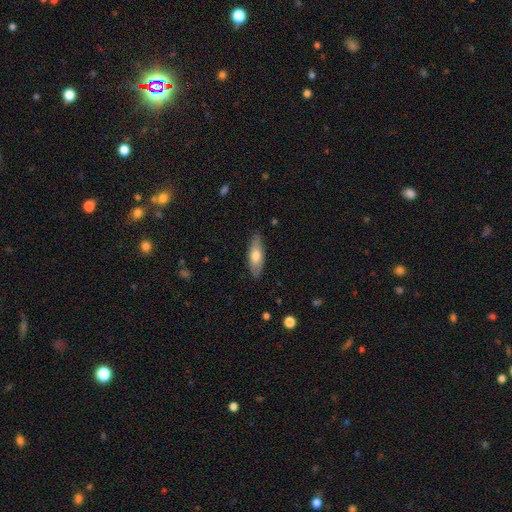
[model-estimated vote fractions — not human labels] A smooth galaxy with no disk features (65%) that is in between round and cigar-shaped (65%). Merging: none (84%).